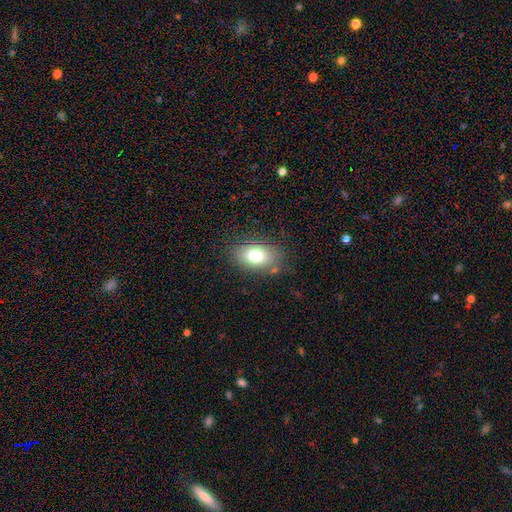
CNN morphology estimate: A smooth galaxy with no disk features (77%) that is in between round and cigar-shaped (84%).

Vote fractions:
- Smooth or featured? smooth: 77% / featured or disk: 14% / star or artifact: 10%
- How rounded? in between: 84% / round: 14% / cigar-shaped: 1%
- Merging? none: 80% / minor disturbance: 13% / major disturbance: 4% / merger: 2%